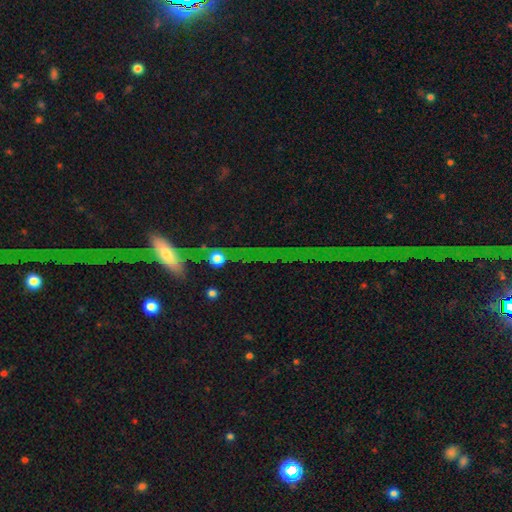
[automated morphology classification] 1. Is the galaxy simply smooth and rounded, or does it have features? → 38% star or artifact, 33% featured or disk, 29% smooth.